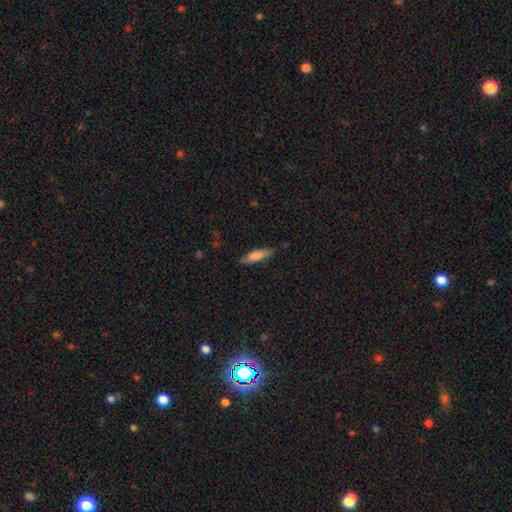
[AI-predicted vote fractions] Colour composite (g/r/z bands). It shows a smooth galaxy with no disk features (72%) that is cigar-shaped (63%). Merging: none (81%).